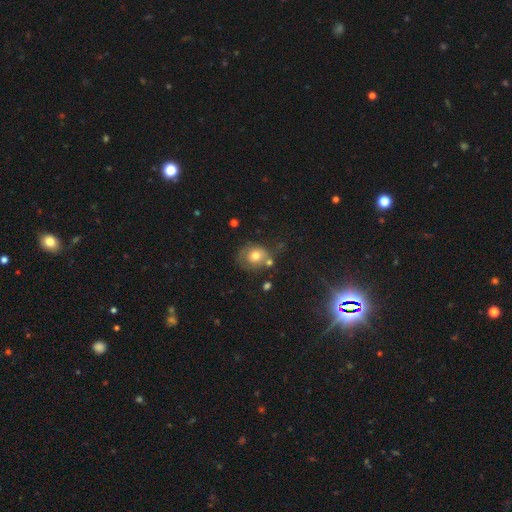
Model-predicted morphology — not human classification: Smooth or featured? smooth (68%)
How rounded? round (68%)
Merging? none (54%)